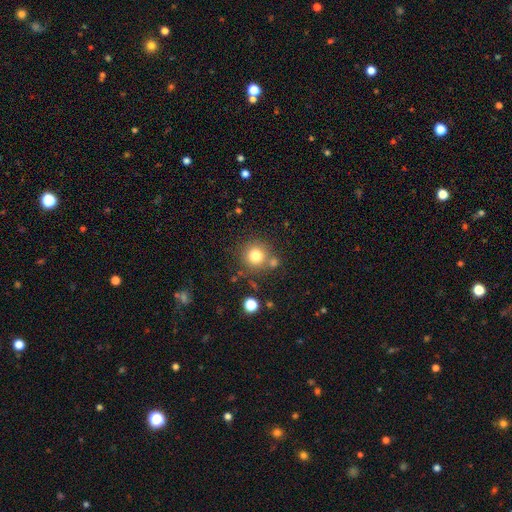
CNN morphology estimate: Q: Smooth or featured?
A: smooth (79%); runner-up: star or artifact (12%)
Q: How rounded?
A: round (93%); runner-up: in between (6%)
Q: Merging?
A: none (74%); runner-up: merger (13%)